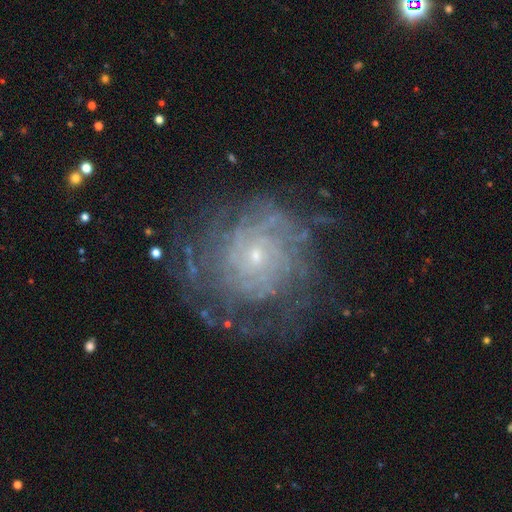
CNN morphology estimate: A featured or disk galaxy (80%) with no bar (80%), tight (75%) spiral arms (90%) and a small central bulge (83%). Merging: none (70%).